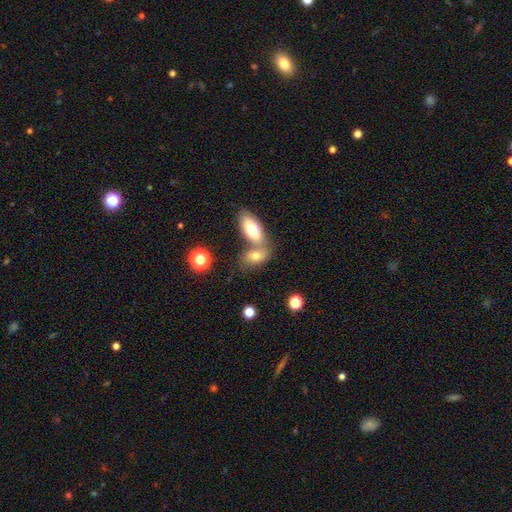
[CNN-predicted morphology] smooth-or-featured: smooth: 73% | featured or disk: 18% | star or artifact: 9%
  how-rounded: in between: 83% | round: 9% | cigar-shaped: 8%
  merging: merger: 52% | none: 36% | minor disturbance: 9% | major disturbance: 3%